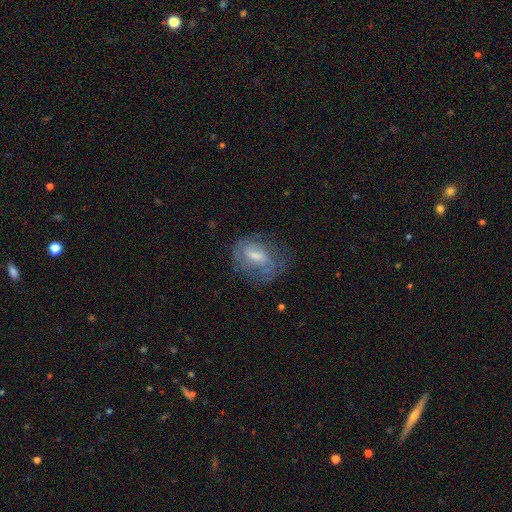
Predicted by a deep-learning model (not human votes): featured or disk 53%, smooth 37%, star or artifact 10%. Down the decision tree: edge-on disk — no (93%); merging — none (56%).